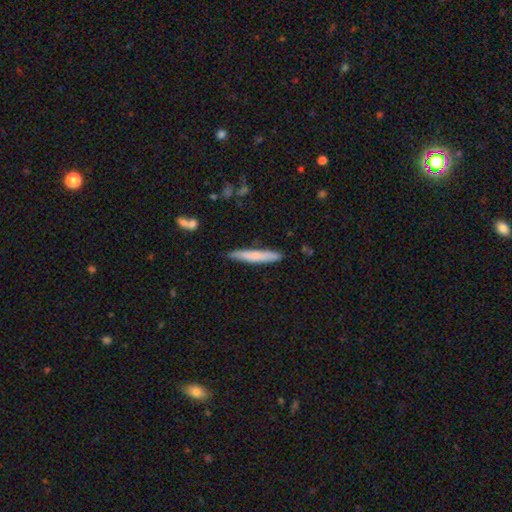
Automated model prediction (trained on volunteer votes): The model was most divided on "smooth or featured": smooth: 71%, featured or disk: 23%, star or artifact: 6%. More confident: how rounded — cigar-shaped (94%); merging — none (85%).